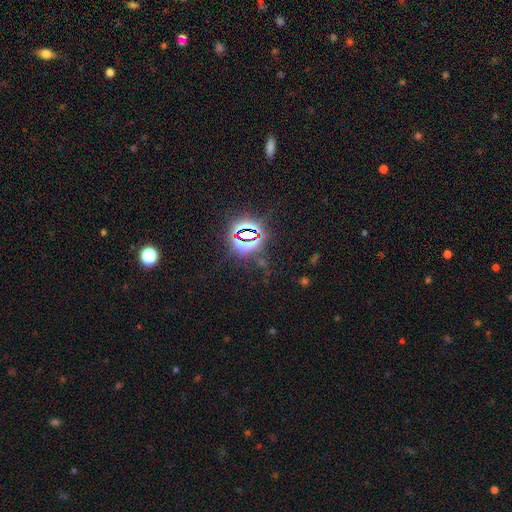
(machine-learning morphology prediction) This is clearly a star or artifact rather than a galaxy (84%).